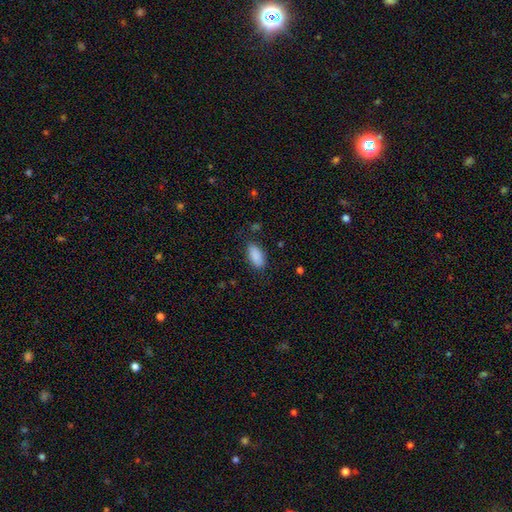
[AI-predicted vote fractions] A smooth galaxy with no disk features (89%) that is in between round and cigar-shaped (92%).

Vote fractions:
- Smooth or featured? smooth: 89% / star or artifact: 7% / featured or disk: 4%
- How rounded? in between: 92% / cigar-shaped: 5% / round: 3%
- Merging? none: 82% / minor disturbance: 13% / major disturbance: 4% / merger: 2%